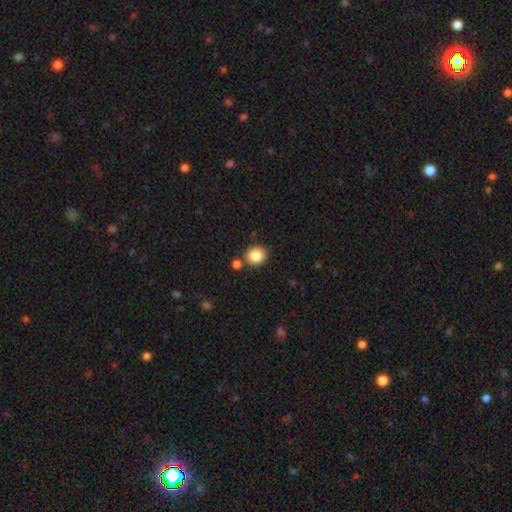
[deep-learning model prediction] smooth_or_featured: smooth (p=0.85) [alt: star or artifact p=0.09]
how_rounded: round (p=0.82) [alt: in between p=0.17]
merging: none (p=0.78) [alt: merger p=0.11]